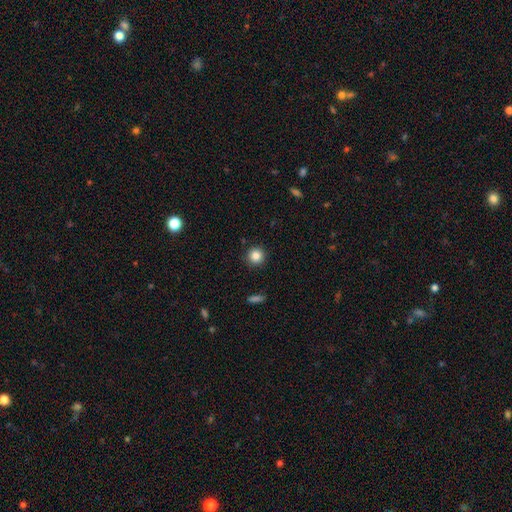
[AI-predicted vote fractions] This appears to be a smooth galaxy with no disk features (84%) that is round (94%). Merging: none (91%).